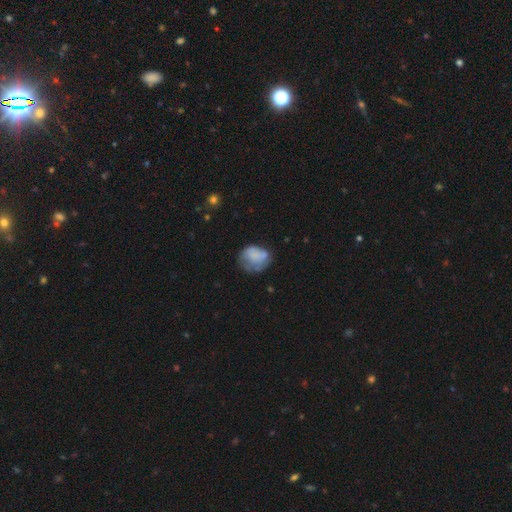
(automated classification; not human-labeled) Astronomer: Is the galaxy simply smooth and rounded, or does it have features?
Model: smooth — 65%.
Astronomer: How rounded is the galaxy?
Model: round — 52% (runner-up: in between, 47%).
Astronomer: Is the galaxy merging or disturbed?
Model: none — 40% (runner-up: minor disturbance, 32%).